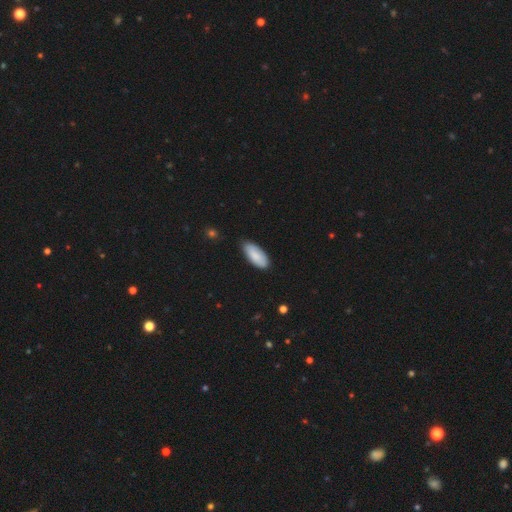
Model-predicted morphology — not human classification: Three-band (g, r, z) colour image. It shows a smooth galaxy with no disk features (85%) that is in between round and cigar-shaped (87%). Merging: none (76%).